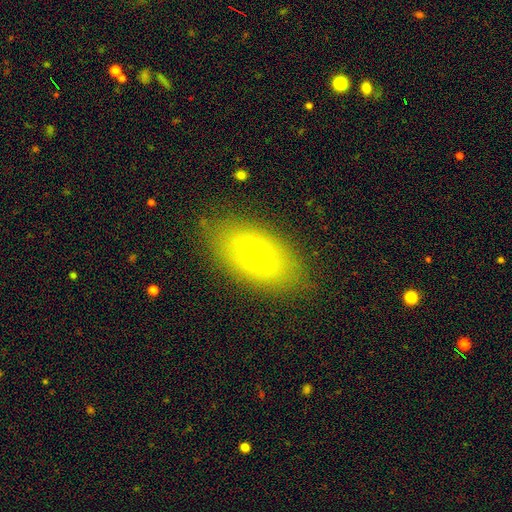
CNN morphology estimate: This appears to be a smooth galaxy with no disk features (51%) that is in between round and cigar-shaped (86%). Merging: none (82%).